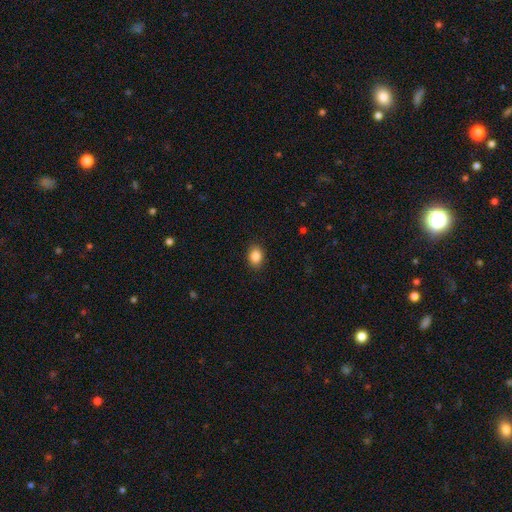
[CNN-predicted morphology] Q: Smooth or featured?
A: smooth (86%); runner-up: star or artifact (9%)
Q: How rounded?
A: in between (68%); runner-up: round (31%)
Q: Merging?
A: none (89%); runner-up: minor disturbance (8%)